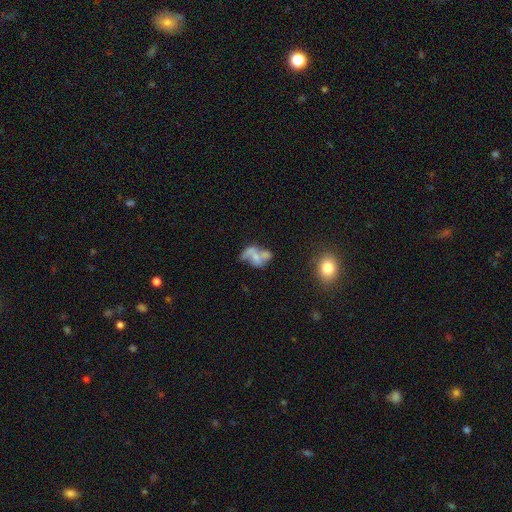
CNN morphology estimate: type=featured or disk (50%); merging=merger (41%).